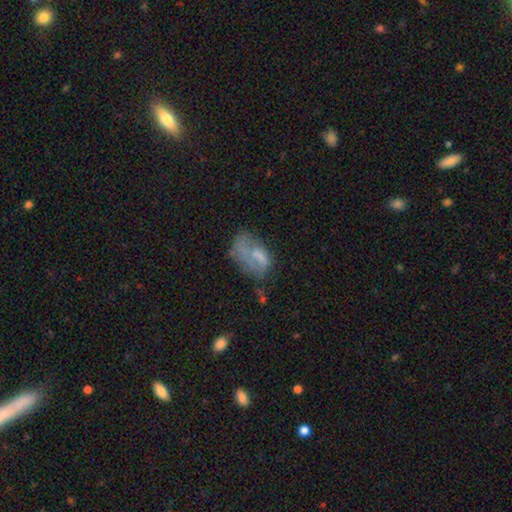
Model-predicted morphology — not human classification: Overall: smooth (51%; featured or disk 38%). How rounded: in between (88%). Merging: major disturbance (39%; none 28%).